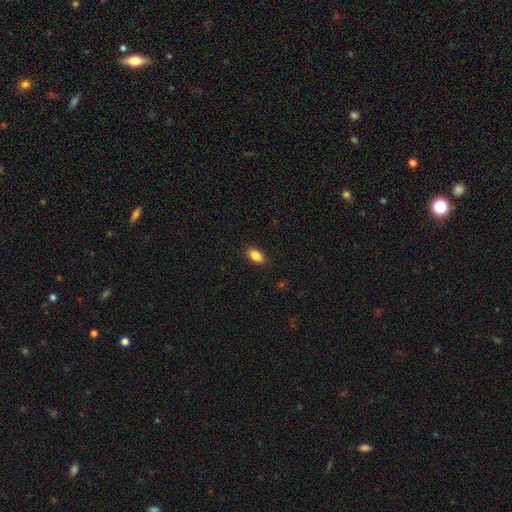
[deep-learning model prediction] Q: Smooth or featured?
A: smooth (86%); runner-up: star or artifact (8%)
Q: How rounded?
A: in between (90%); runner-up: round (5%)
Q: Merging?
A: none (89%); runner-up: minor disturbance (8%)